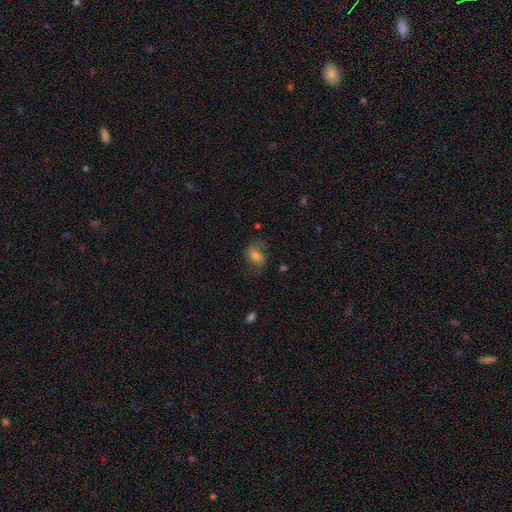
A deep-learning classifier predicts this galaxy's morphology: Q: Smooth or featured?
A: smooth (55%); runner-up: featured or disk (32%)
Q: How rounded?
A: in between (72%); runner-up: round (25%)
Q: Merging?
A: none (66%); runner-up: minor disturbance (21%)